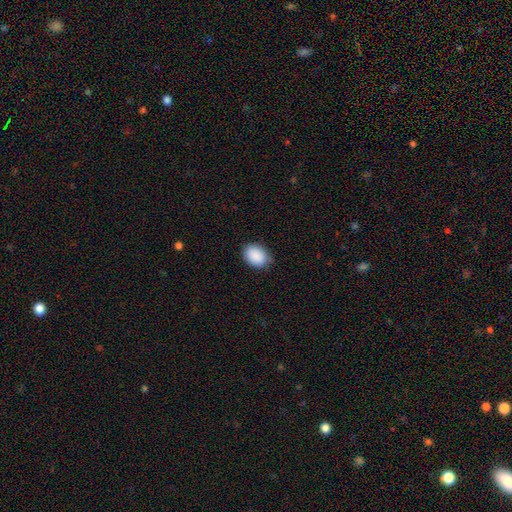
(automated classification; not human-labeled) Smooth or featured? Predicted: smooth (p=0.90). How rounded? Predicted: in between (p=0.75). Merging? Predicted: none (p=0.79).